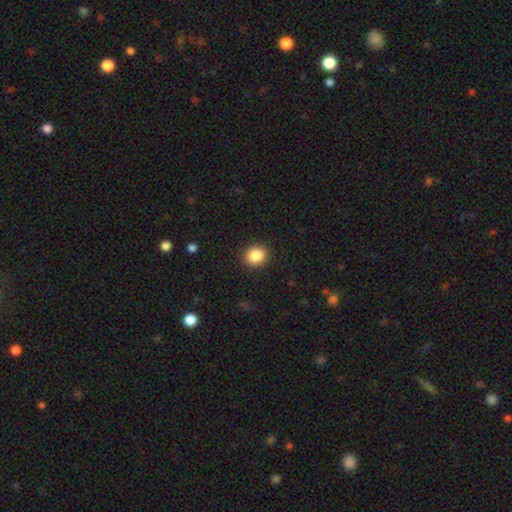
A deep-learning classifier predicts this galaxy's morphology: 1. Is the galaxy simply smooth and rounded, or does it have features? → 86% smooth, 10% star or artifact, 4% featured or disk.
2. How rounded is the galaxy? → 80% round, 19% in between, 1% cigar-shaped.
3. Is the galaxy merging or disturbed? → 91% none, 6% minor disturbance, 2% major disturbance, 1% merger.